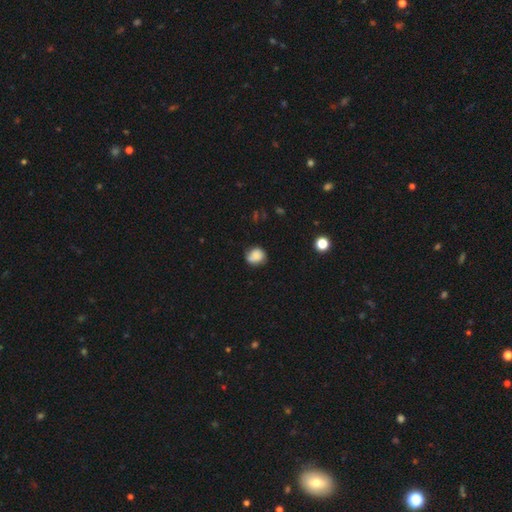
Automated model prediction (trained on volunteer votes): A smooth galaxy with no disk features (79%) that is round (67%).

Vote fractions:
- Smooth or featured? smooth: 79% / featured or disk: 12% / star or artifact: 9%
- How rounded? round: 67% / in between: 32% / cigar-shaped: 1%
- Merging? none: 65% / minor disturbance: 27% / major disturbance: 6% / merger: 2%